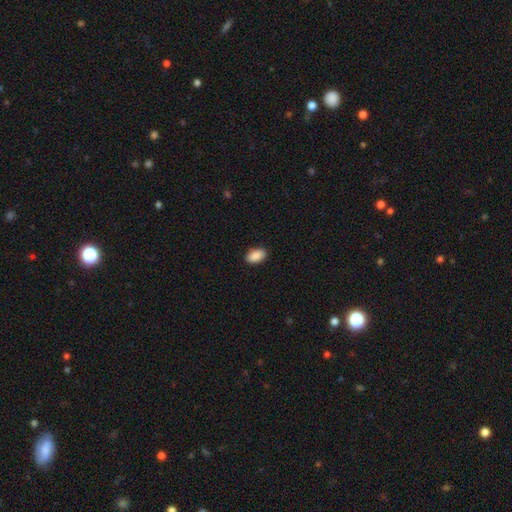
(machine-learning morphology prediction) This appears to be a smooth galaxy with no disk features (90%) that is in between round and cigar-shaped (94%). Merging: none (89%).